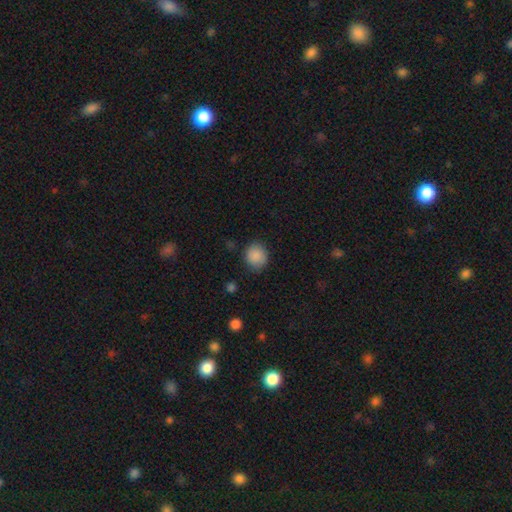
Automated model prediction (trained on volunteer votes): A smooth galaxy with no disk features (88%) that is round (85%). Merging: none (85%).